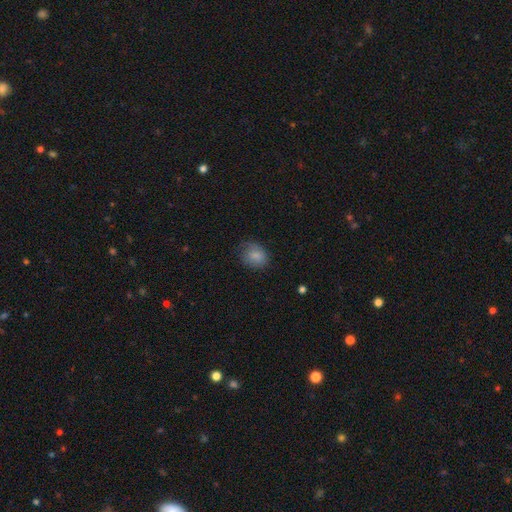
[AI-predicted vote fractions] smooth-or-featured: smooth: 82% | featured or disk: 9% | star or artifact: 9%
  how-rounded: round: 56% | in between: 43% | cigar-shaped: 1%
  merging: none: 64% | minor disturbance: 27% | major disturbance: 9% | merger: 1%